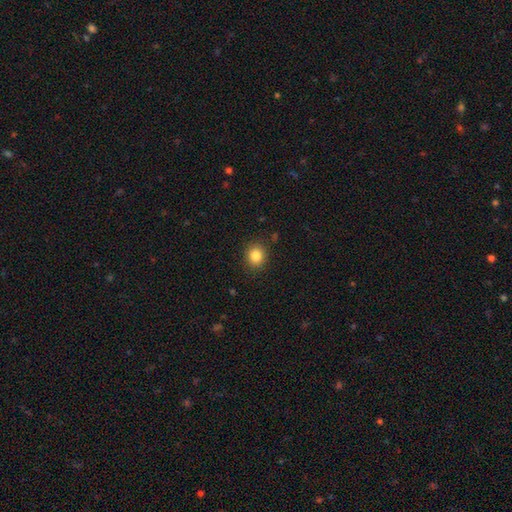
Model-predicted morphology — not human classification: Smooth or featured?
  - smooth: 84% *
  - star or artifact: 10%
  - featured or disk: 6%
How rounded?
  - round: 76% *
  - in between: 23%
  - cigar-shaped: 1%
Merging?
  - none: 88% *
  - minor disturbance: 8%
  - major disturbance: 2%
  - merger: 1%